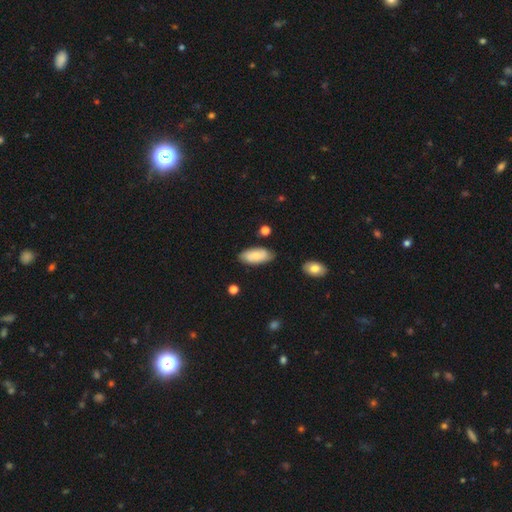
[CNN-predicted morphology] Smooth or featured? smooth (76%)
How rounded? in between (89%)
Merging? none (79%)